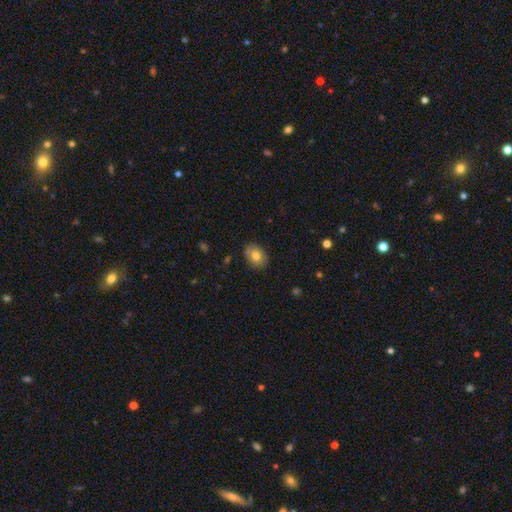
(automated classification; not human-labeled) Smooth or featured?
  - smooth: 78% *
  - featured or disk: 14%
  - star or artifact: 8%
How rounded?
  - in between: 69% *
  - round: 30%
  - cigar-shaped: 1%
Merging?
  - none: 83% *
  - minor disturbance: 13%
  - major disturbance: 2%
  - merger: 2%